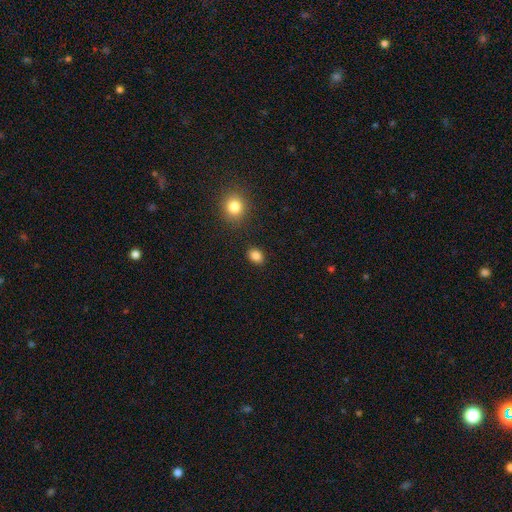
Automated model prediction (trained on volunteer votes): Overall: smooth (86%). How rounded: in between (64%; round 35%). Merging: none (87%).